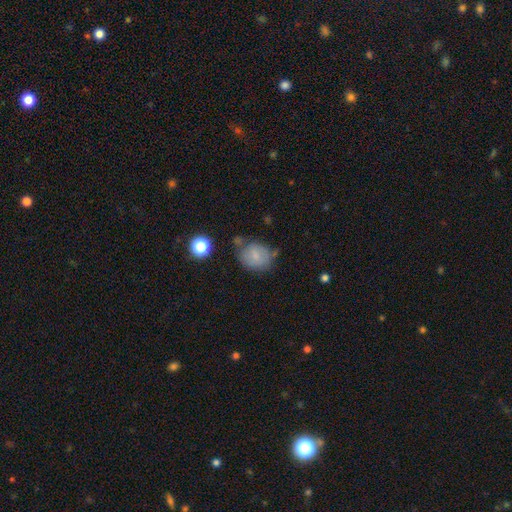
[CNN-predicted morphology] smooth-or-featured: smooth: 72% | featured or disk: 18% | star or artifact: 10%
  how-rounded: round: 61% | in between: 38% | cigar-shaped: 1%
  merging: none: 53% | minor disturbance: 26% | merger: 10% | major disturbance: 10%